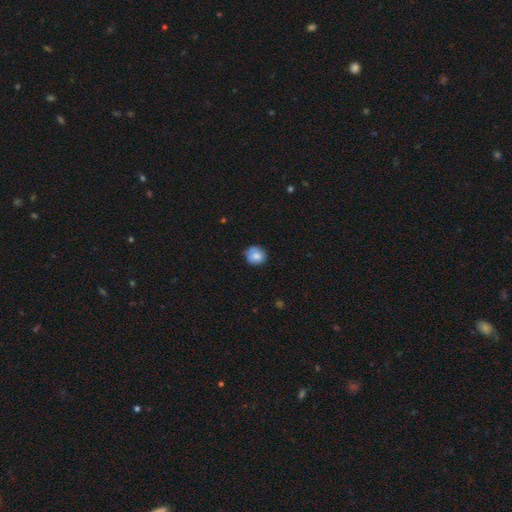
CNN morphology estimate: Overall: smooth (81%). How rounded: round (82%). Merging: none (76%).